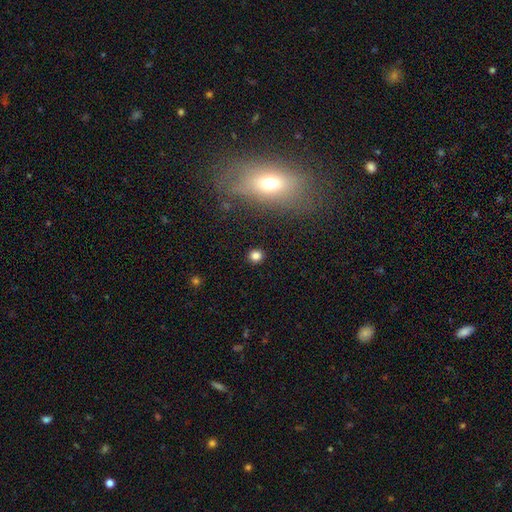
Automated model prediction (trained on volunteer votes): The model was most divided on "smooth or featured": smooth: 82%, star or artifact: 13%, featured or disk: 5%. More confident: merging — none (90%); how rounded — round (88%).